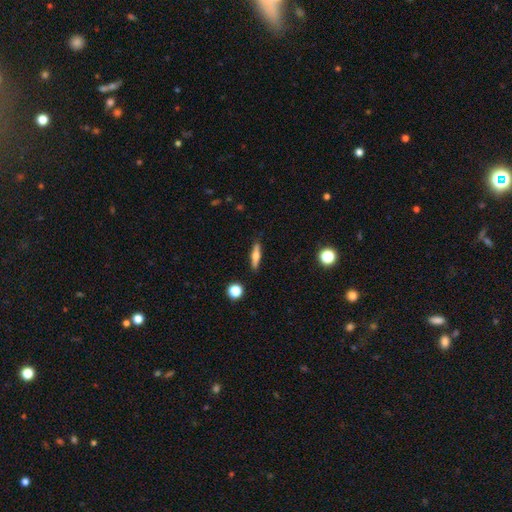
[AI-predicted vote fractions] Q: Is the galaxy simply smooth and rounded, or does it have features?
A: smooth — 54%.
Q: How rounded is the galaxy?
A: cigar-shaped — 77%.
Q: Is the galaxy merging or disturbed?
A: none — 89%.